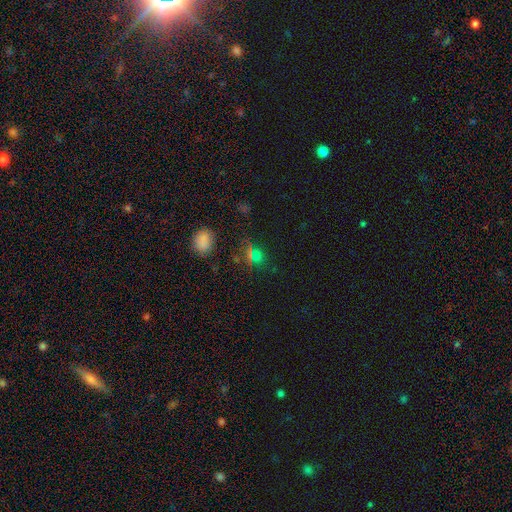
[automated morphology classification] Q: Smooth or featured?
A: smooth (46%); runner-up: star or artifact (45%)
Q: Merging?
A: none (74%); runner-up: minor disturbance (12%)